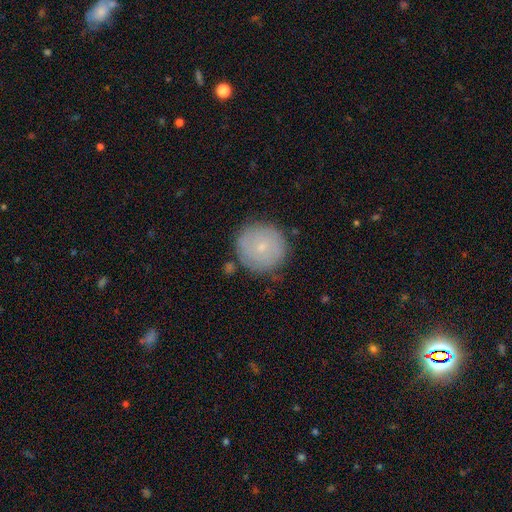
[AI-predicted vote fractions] A smooth galaxy with no disk features (65%) that is round (95%). Merging: none (84%).